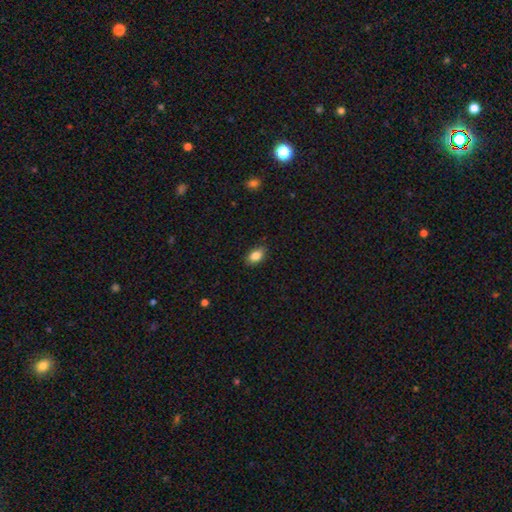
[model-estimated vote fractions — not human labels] smooth_or_featured: smooth (p=0.85) [alt: star or artifact p=0.08]
how_rounded: in between (p=0.87) [alt: round p=0.11]
merging: none (p=0.84) [alt: minor disturbance p=0.13]